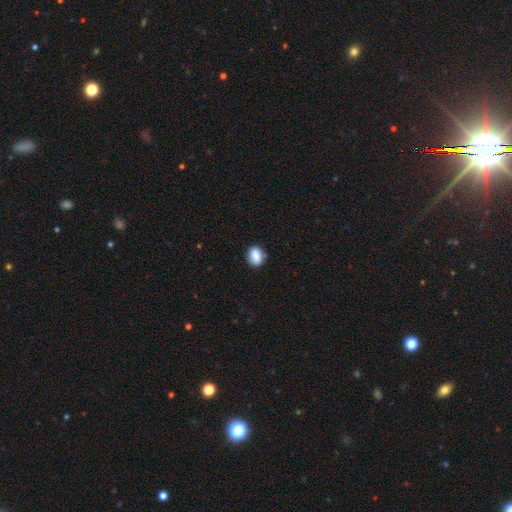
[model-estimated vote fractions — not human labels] A smooth galaxy with no disk features (85%) that is in between round and cigar-shaped (65%).

Vote fractions:
- Smooth or featured? smooth: 85% / star or artifact: 8% / featured or disk: 6%
- How rounded? in between: 65% / round: 33% / cigar-shaped: 2%
- Merging? none: 77% / minor disturbance: 16% / merger: 3% / major disturbance: 3%